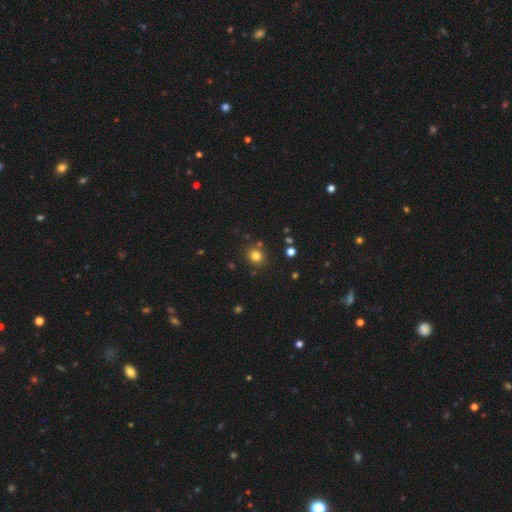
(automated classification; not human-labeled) smooth-or-featured: smooth: 79% | star or artifact: 15% | featured or disk: 6%
  how-rounded: round: 75% | in between: 24% | cigar-shaped: 1%
  merging: none: 83% | minor disturbance: 9% | merger: 5% | major disturbance: 3%